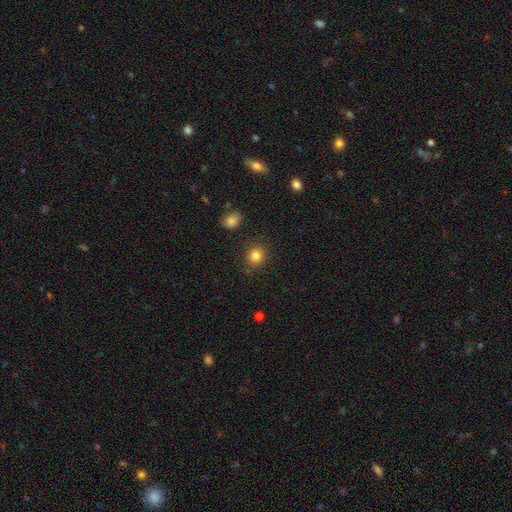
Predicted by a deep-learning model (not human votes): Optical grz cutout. It shows a smooth galaxy with no disk features (83%) that is round (83%). Merging: none (86%).